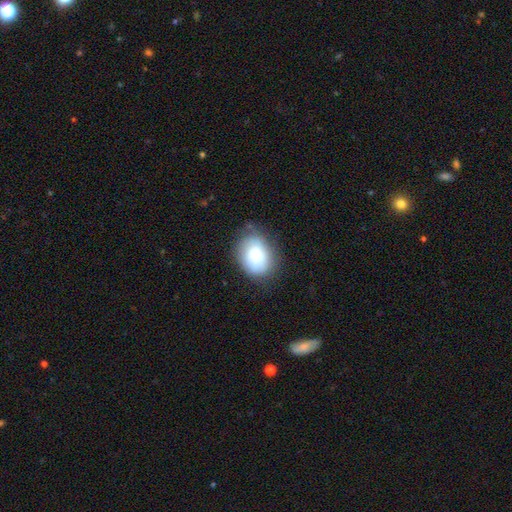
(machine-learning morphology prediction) This appears to be a smooth galaxy with no disk features (79%) that is in between round and cigar-shaped (66%). Merging: none (69%).